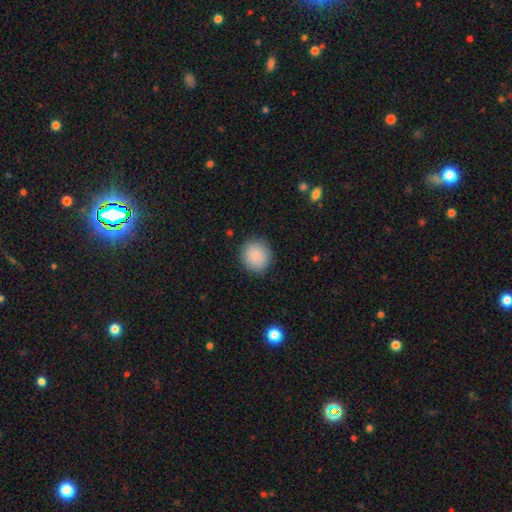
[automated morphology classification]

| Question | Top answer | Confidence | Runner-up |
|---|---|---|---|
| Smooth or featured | smooth | 86% | star or artifact (8%) |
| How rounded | round | 89% | in between (10%) |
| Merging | none | 88% | minor disturbance (8%) |